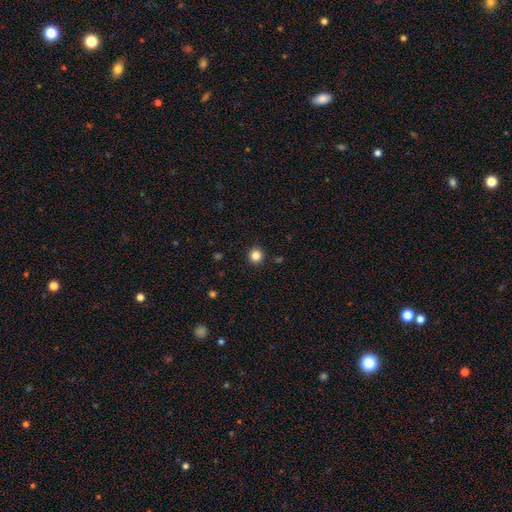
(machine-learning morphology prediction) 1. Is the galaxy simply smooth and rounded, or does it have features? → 84% smooth, 12% star or artifact, 4% featured or disk.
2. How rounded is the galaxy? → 93% round, 6% in between, 1% cigar-shaped.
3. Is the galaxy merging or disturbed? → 92% none, 5% minor disturbance, 2% major disturbance, 1% merger.